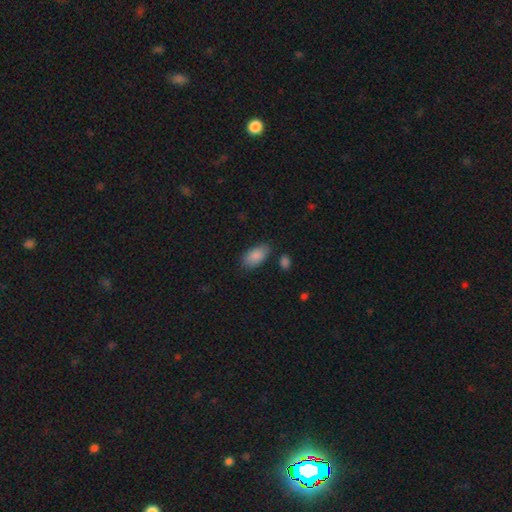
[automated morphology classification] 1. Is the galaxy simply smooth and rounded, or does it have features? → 88% smooth, 7% star or artifact, 6% featured or disk.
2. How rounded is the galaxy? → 94% in between, 3% cigar-shaped, 3% round.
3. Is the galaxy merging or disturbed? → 78% none, 15% minor disturbance, 4% major disturbance, 3% merger.